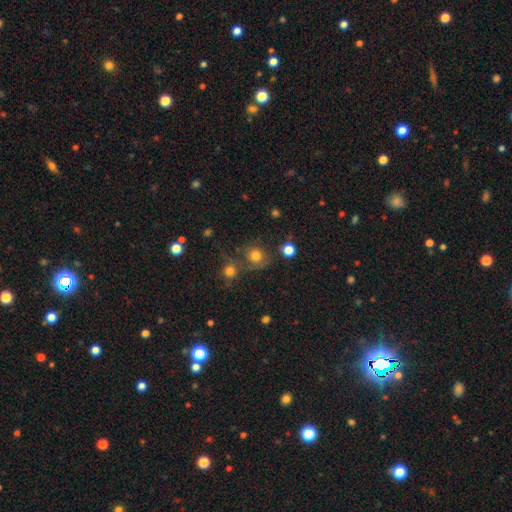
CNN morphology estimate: This appears to be a smooth galaxy with no disk features (76%) that is round (82%). Merging: none (61%).